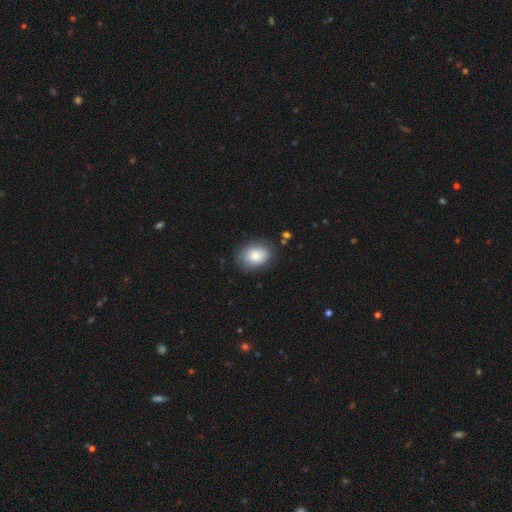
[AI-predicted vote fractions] Smooth or featured? Predicted: smooth (p=0.82). How rounded? Predicted: in between (p=0.71). Merging? Predicted: none (p=0.78).